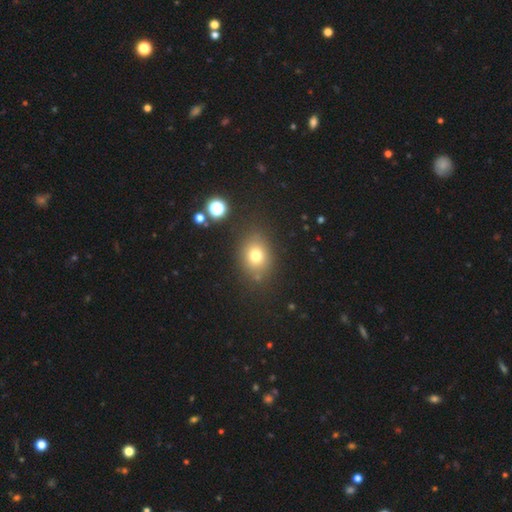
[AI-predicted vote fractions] smooth 74%, star or artifact 15%, featured or disk 10%. Down the decision tree: how rounded — round (52%); merging — none (79%).